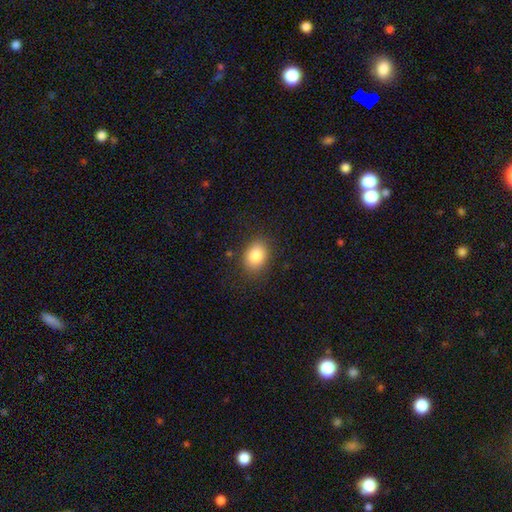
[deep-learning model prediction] Smooth or featured? Predicted: smooth (p=0.84). How rounded? Predicted: in between (p=0.68). Merging? Predicted: none (p=0.85).